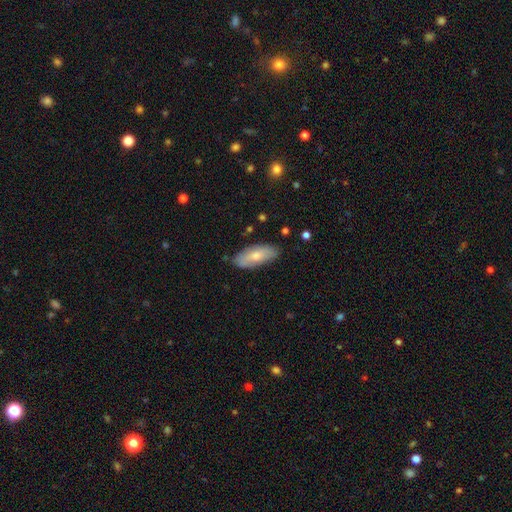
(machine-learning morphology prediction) A smooth galaxy with no disk features (69%) that is in between round and cigar-shaped (82%). Merging: none (80%).